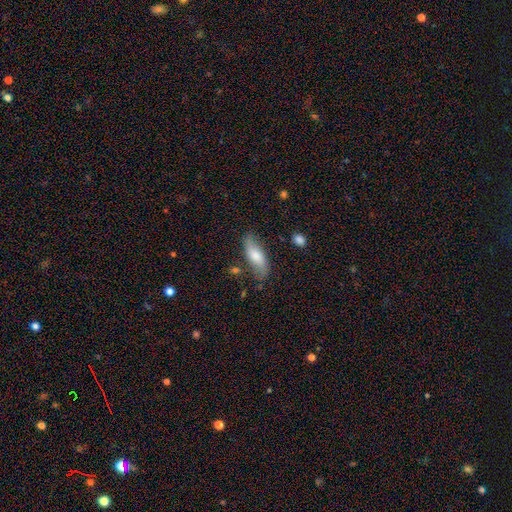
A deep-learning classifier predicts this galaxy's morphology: A smooth galaxy with no disk features (67%) that is in between round and cigar-shaped (71%).

Vote fractions:
- Smooth or featured? smooth: 67% / featured or disk: 27% / star or artifact: 6%
- How rounded? in between: 71% / cigar-shaped: 27% / round: 3%
- Merging? none: 73% / minor disturbance: 19% / major disturbance: 4% / merger: 3%